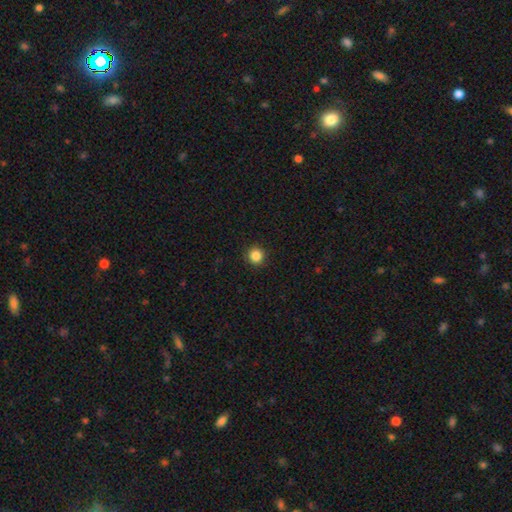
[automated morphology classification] smooth_or_featured: smooth (p=0.86) [alt: star or artifact p=0.11]
how_rounded: round (p=0.95) [alt: in between p=0.04]
merging: none (p=0.93) [alt: minor disturbance p=0.05]